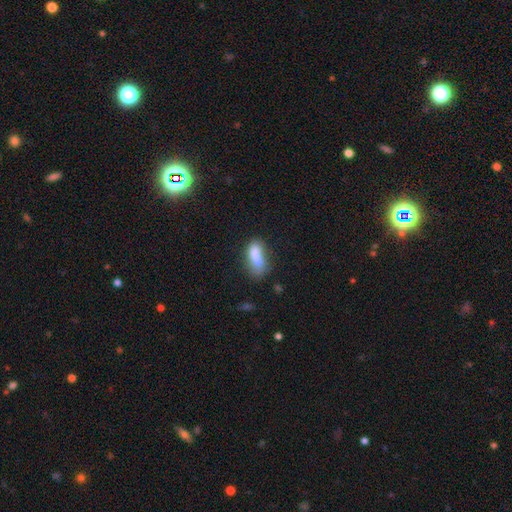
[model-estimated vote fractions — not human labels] Smooth or featured? smooth (79%)
How rounded? in between (76%)
Merging? none (42%)